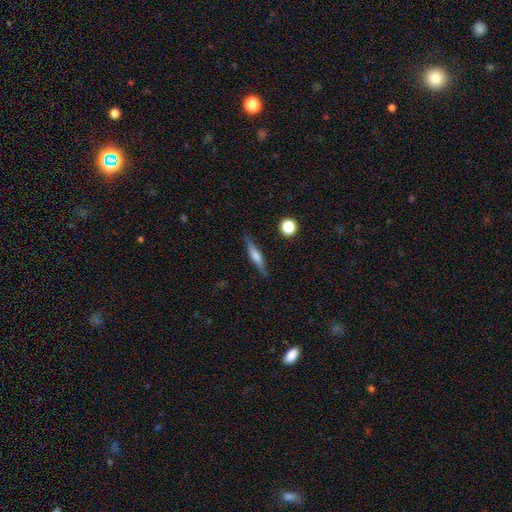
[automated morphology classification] featured or disk 52%, smooth 41%, star or artifact 8%. Down the decision tree: edge-on disk — yes (95%); merging — none (86%).